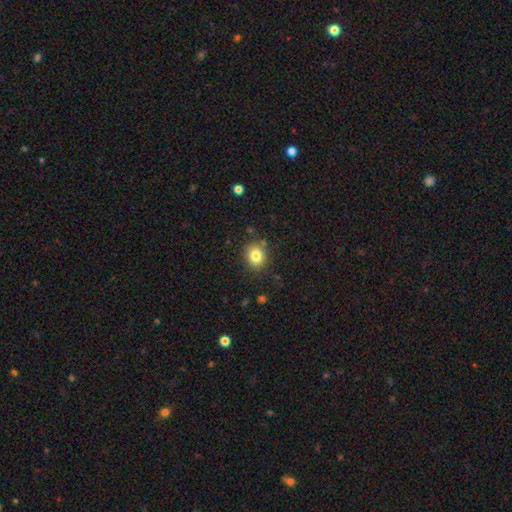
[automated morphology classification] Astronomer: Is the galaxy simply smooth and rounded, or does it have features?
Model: smooth — 82%.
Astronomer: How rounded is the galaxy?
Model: round — 70%.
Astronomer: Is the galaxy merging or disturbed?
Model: none — 84%.